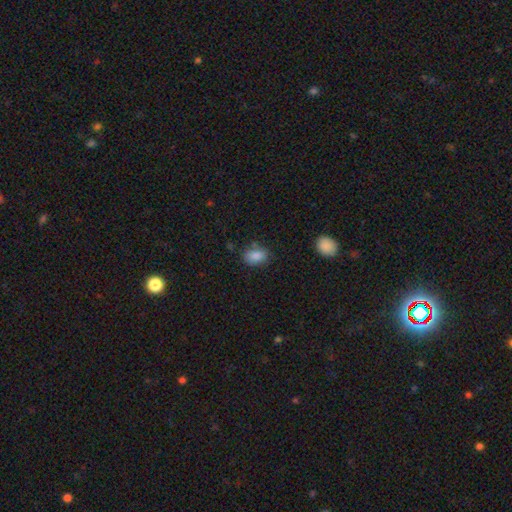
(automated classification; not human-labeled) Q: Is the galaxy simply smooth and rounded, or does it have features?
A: smooth — 86%.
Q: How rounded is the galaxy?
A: in between — 82%.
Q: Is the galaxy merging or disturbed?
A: none — 75%.